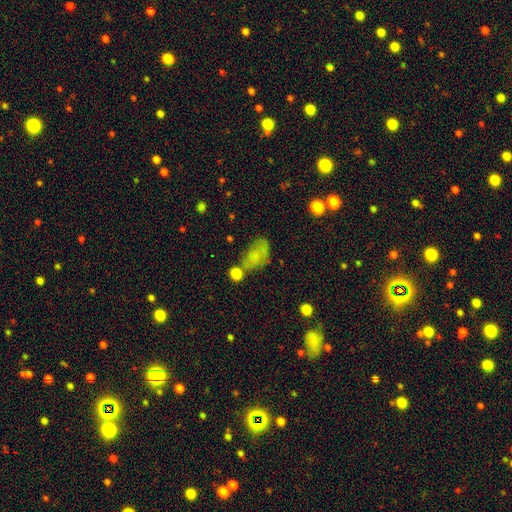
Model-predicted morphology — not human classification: Smooth or featured? Predicted: smooth (p=0.69). How rounded? Predicted: in between (p=0.87). Merging? Predicted: none (p=0.43).